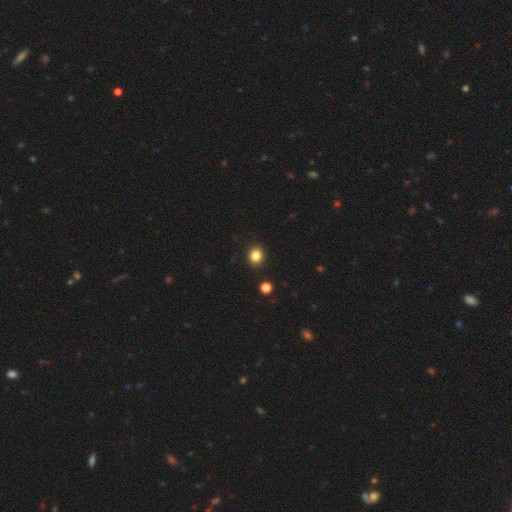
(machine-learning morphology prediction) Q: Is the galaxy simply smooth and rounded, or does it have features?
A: smooth — 84%.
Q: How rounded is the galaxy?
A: round — 70%.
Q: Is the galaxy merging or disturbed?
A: none — 90%.